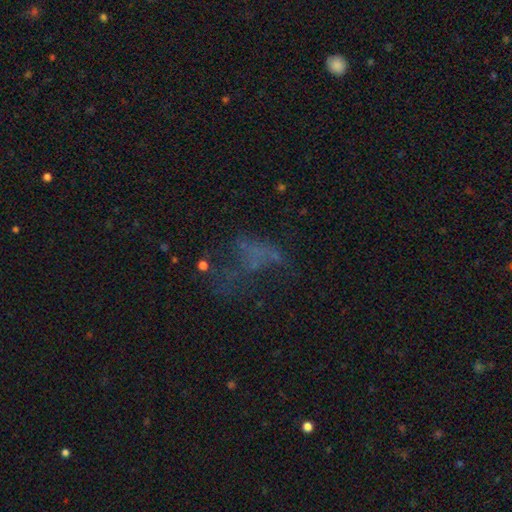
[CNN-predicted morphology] smooth-or-featured: featured or disk: 37% | star or artifact: 32% | smooth: 30%
  merging: major disturbance: 42% | none: 36% | minor disturbance: 13% | merger: 9%